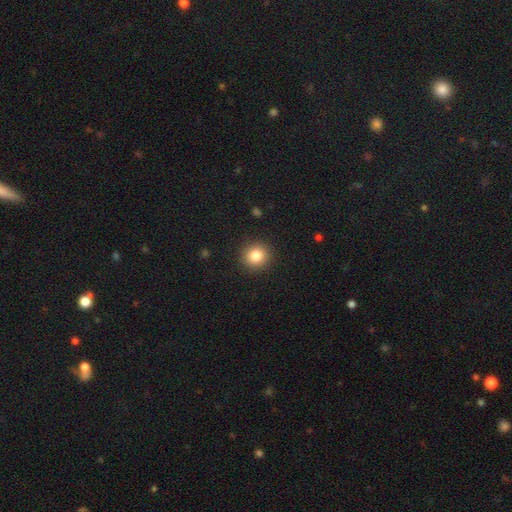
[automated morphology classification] type=smooth (84%); roundness=round (91%); merging=none (91%).